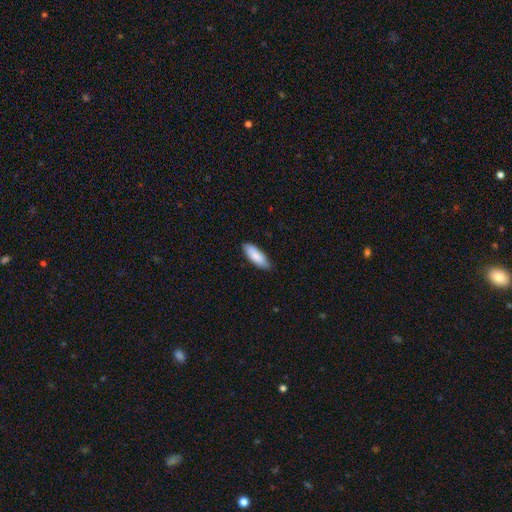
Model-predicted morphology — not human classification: Q: Smooth or featured?
A: smooth (85%); runner-up: featured or disk (10%)
Q: How rounded?
A: in between (65%); runner-up: cigar-shaped (33%)
Q: Merging?
A: none (83%); runner-up: minor disturbance (14%)